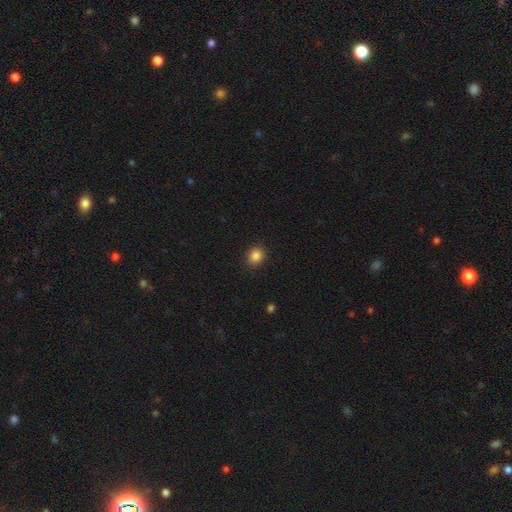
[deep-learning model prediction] Smooth or featured? Predicted: smooth (p=0.86). How rounded? Predicted: round (p=0.73). Merging? Predicted: none (p=0.90).